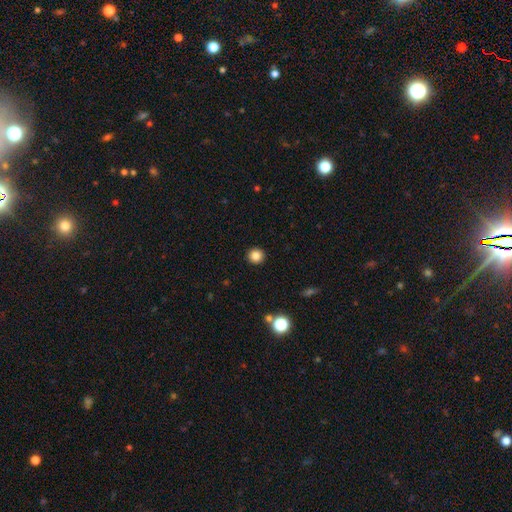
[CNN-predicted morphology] A smooth galaxy with no disk features (84%) that is round (95%).

Vote fractions:
- Smooth or featured? smooth: 84% / star or artifact: 11% / featured or disk: 5%
- How rounded? round: 95% / in between: 4% / cigar-shaped: 1%
- Merging? none: 93% / minor disturbance: 4% / major disturbance: 1% / merger: 1%